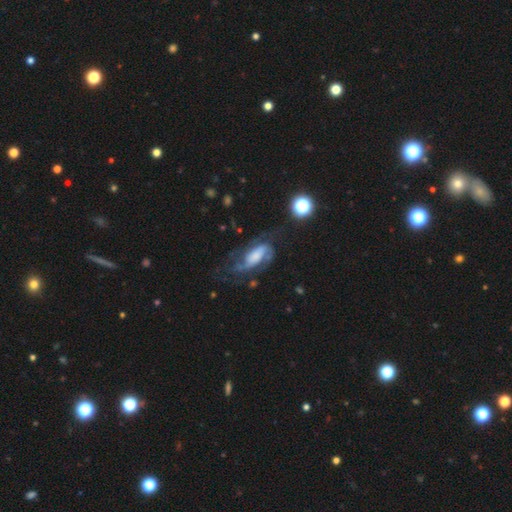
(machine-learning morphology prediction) This is likely a featured or disk galaxy (74%). It is clearly not viewed edge-on (94%). Bar: possibly no (52%). Spiral arm pattern: clearly yes (92%). Spiral arm count: likely 2 (61%). Spiral winding: possibly medium (46%). Central bulge: marginally large (31%). Merging: possibly none (48%).